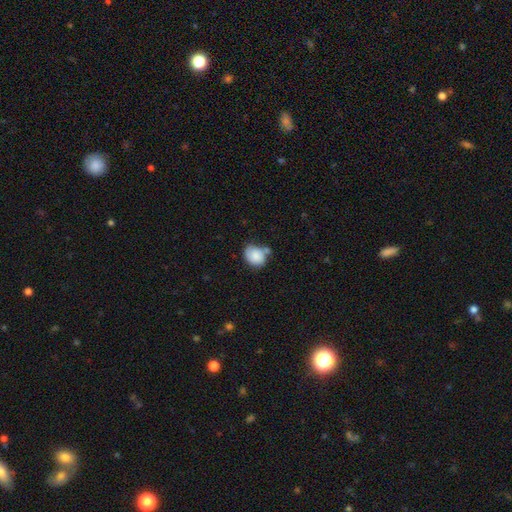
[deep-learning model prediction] Morphology: type=smooth (79%); roundness=round (51%); merging=none (48%).